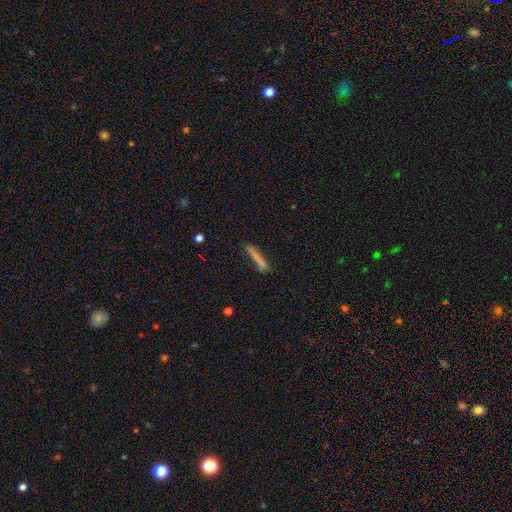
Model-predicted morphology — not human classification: Smooth or featured? smooth (71%)
How rounded? cigar-shaped (95%)
Merging? none (83%)